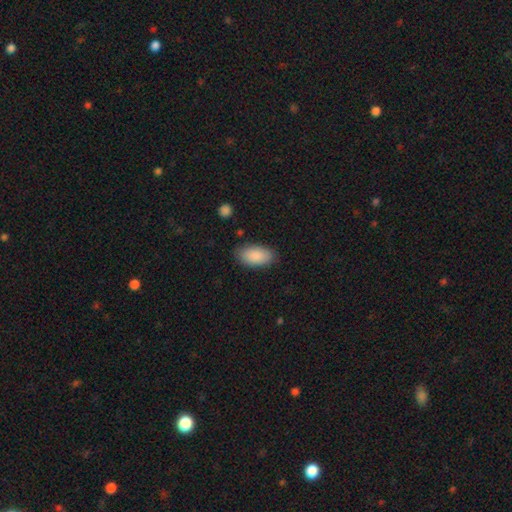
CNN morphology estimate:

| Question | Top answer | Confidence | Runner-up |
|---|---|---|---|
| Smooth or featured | smooth | 89% | star or artifact (6%) |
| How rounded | in between | 94% | cigar-shaped (3%) |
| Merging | none | 83% | minor disturbance (12%) |